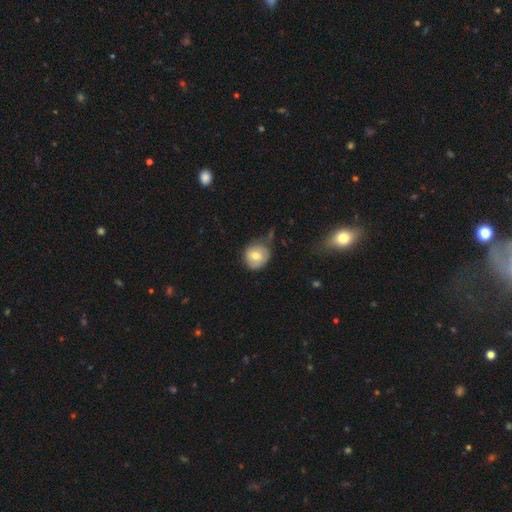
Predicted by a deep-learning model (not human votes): smooth 67%, featured or disk 25%, star or artifact 8%. Down the decision tree: how rounded — round (84%); merging — none (59%).